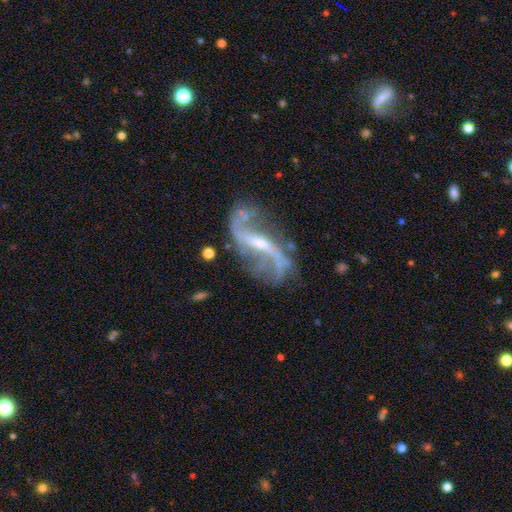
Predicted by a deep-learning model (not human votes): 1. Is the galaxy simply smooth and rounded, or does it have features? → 90% featured or disk, 6% star or artifact, 3% smooth.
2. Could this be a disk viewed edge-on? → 95% no, 5% yes.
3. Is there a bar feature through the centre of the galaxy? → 41% strong, 38% weak, 21% no.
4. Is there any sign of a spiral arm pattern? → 96% yes, 4% no.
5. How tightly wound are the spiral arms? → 78% loose, 16% medium, 5% tight.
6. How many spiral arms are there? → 93% 2, 2% can't tell, 2% 1, 1% 3, 1% 4, 1% more than 4.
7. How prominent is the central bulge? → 66% small, 24% moderate, 7% none, 2% large, 1% dominant.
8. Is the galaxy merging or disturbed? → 74% none, 14% minor disturbance, 8% major disturbance, 4% merger.